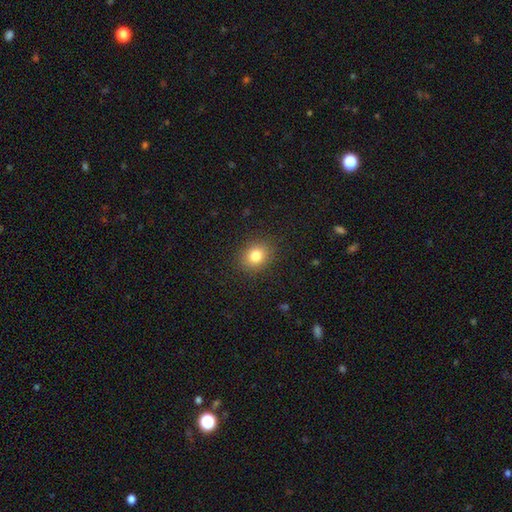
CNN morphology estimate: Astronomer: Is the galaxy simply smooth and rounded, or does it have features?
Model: smooth — 82%.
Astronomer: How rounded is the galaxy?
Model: round — 59% (runner-up: in between, 40%).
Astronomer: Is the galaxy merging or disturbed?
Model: none — 88%.